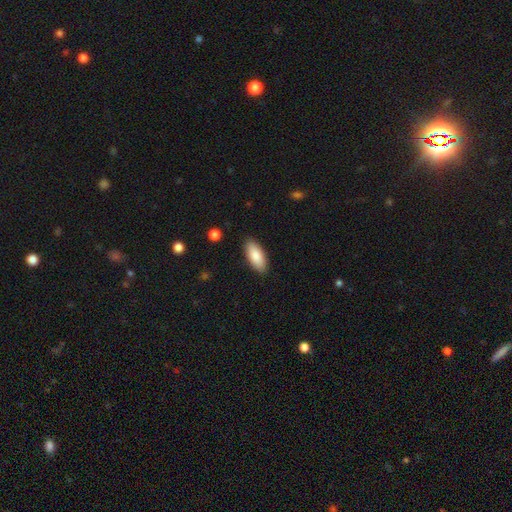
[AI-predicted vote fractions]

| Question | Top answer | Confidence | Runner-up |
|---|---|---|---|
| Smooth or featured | smooth | 85% | featured or disk (9%) |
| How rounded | in between | 83% | cigar-shaped (15%) |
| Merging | none | 89% | minor disturbance (8%) |